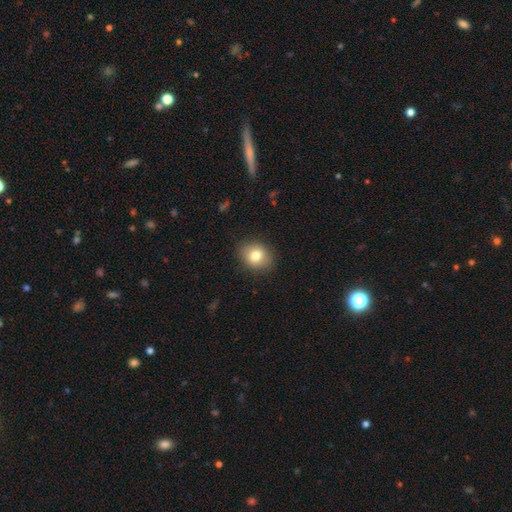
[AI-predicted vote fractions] Smooth or featured: smooth — 80% (featured or disk — 10%)
How rounded: round — 54% (in between — 45%)
Merging: none — 87% (minor disturbance — 9%)